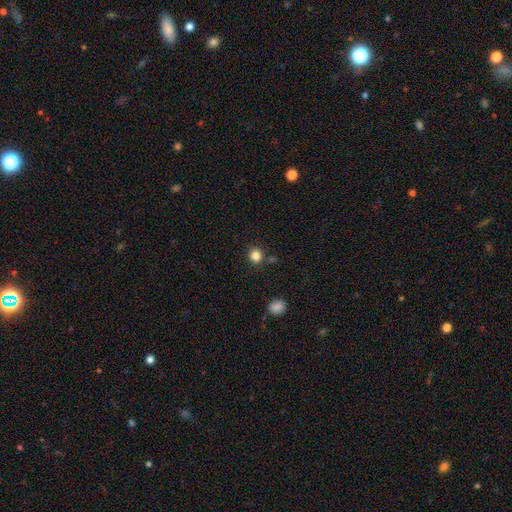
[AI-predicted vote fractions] Q: Smooth or featured?
A: smooth (84%); runner-up: star or artifact (12%)
Q: How rounded?
A: round (84%); runner-up: in between (15%)
Q: Merging?
A: none (84%); runner-up: minor disturbance (8%)